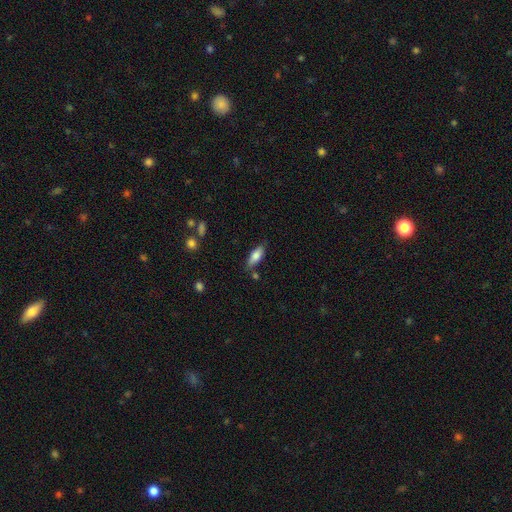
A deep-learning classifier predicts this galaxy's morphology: Smooth or featured: smooth — 75% (featured or disk — 18%)
How rounded: in between — 71% (cigar-shaped — 27%)
Merging: none — 74% (minor disturbance — 17%)